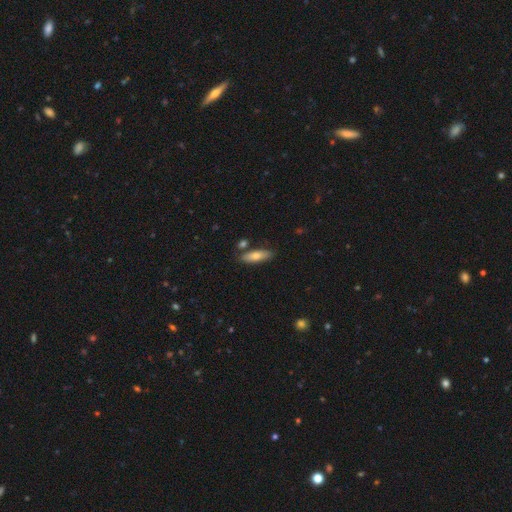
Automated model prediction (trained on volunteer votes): Smooth or featured? smooth (71%)
How rounded? in between (50%)
Merging? none (79%)